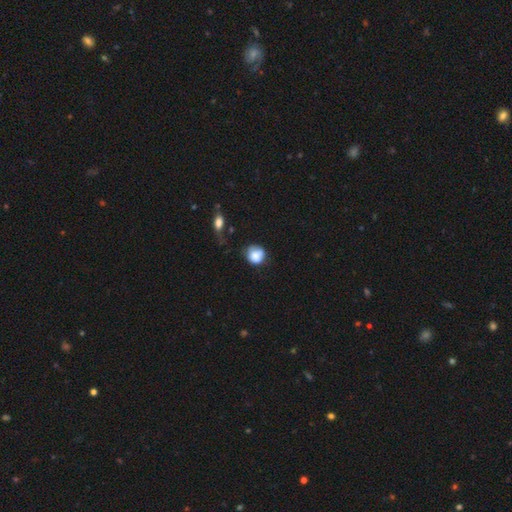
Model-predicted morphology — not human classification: smooth 80%, featured or disk 11%, star or artifact 9%. Down the decision tree: how rounded — round (80%); merging — none (45%).